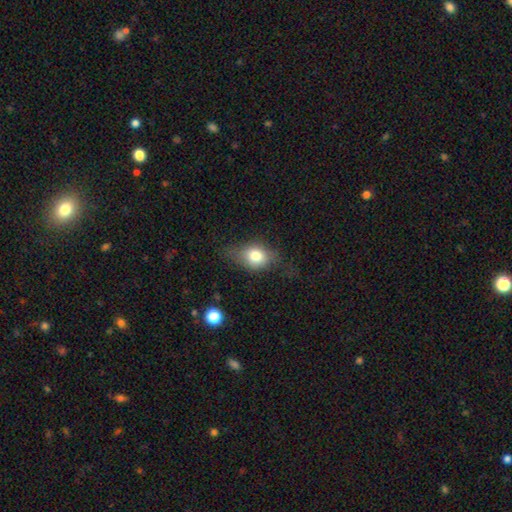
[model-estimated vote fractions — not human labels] A smooth galaxy with no disk features (71%) that is in between round and cigar-shaped (57%). Merging: none (55%).